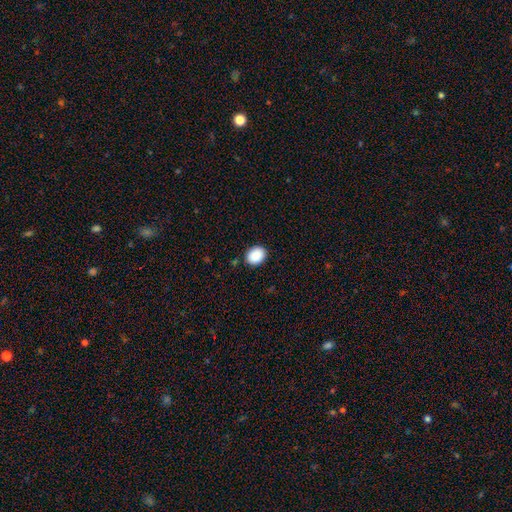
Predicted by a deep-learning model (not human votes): A smooth galaxy with no disk features (90%) that is in between round and cigar-shaped (54%).

Vote fractions:
- Smooth or featured? smooth: 90% / star or artifact: 8% / featured or disk: 2%
- How rounded? in between: 54% / round: 45% / cigar-shaped: 1%
- Merging? none: 88% / minor disturbance: 9% / major disturbance: 2% / merger: 1%